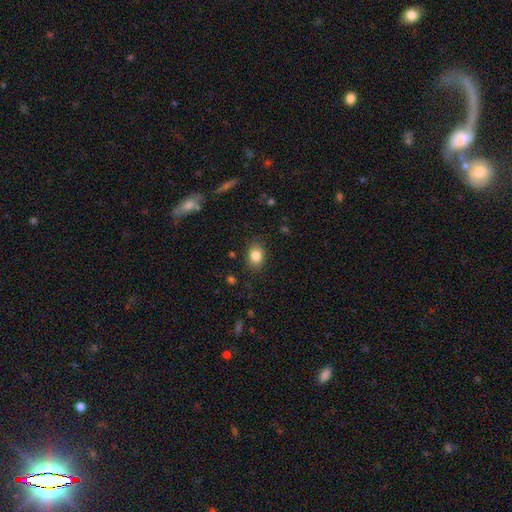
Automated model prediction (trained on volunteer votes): Q: Smooth or featured?
A: smooth (84%); runner-up: star or artifact (9%)
Q: How rounded?
A: in between (61%); runner-up: round (38%)
Q: Merging?
A: none (85%); runner-up: minor disturbance (11%)